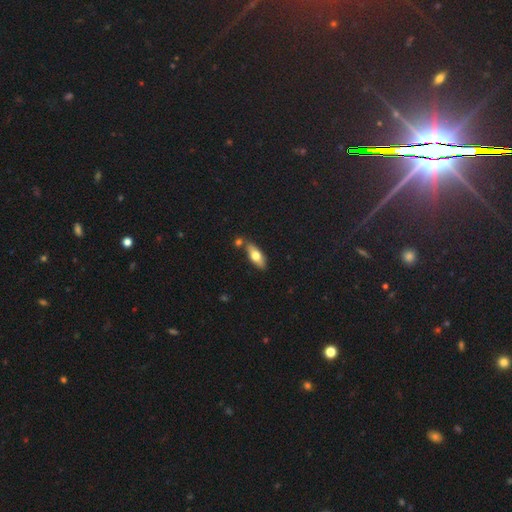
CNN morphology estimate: smooth_or_featured: smooth (p=0.62) [alt: featured or disk p=0.32]
how_rounded: in between (p=0.67) [alt: cigar-shaped p=0.30]
merging: none (p=0.74) [alt: minor disturbance p=0.12]